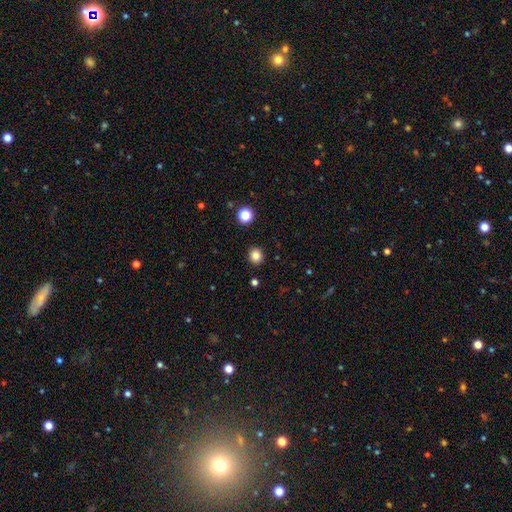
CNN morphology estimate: Q: Smooth or featured?
A: smooth (83%); runner-up: star or artifact (12%)
Q: How rounded?
A: round (87%); runner-up: in between (12%)
Q: Merging?
A: none (91%); runner-up: minor disturbance (5%)